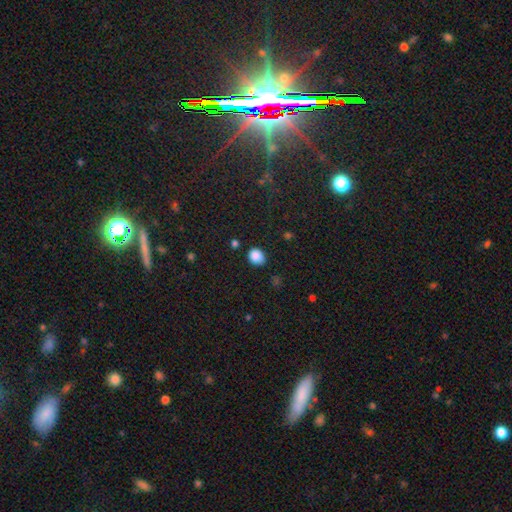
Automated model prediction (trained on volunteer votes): smooth 86%, star or artifact 10%, featured or disk 4%. Down the decision tree: how rounded — round (51%); merging — none (76%).